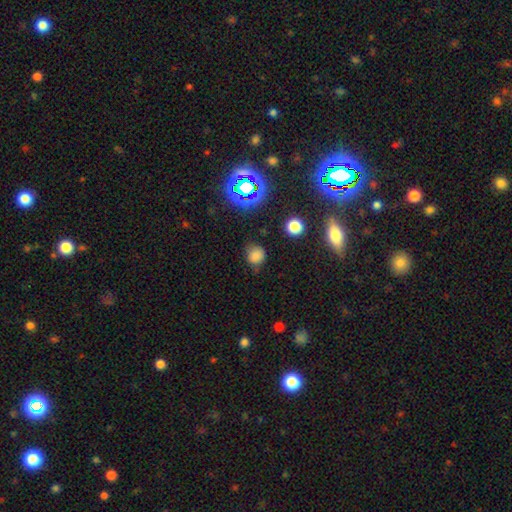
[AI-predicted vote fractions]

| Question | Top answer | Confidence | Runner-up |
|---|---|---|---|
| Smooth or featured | smooth | 73% | star or artifact (21%) |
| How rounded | round | 83% | in between (16%) |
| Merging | none | 72% | minor disturbance (20%) |